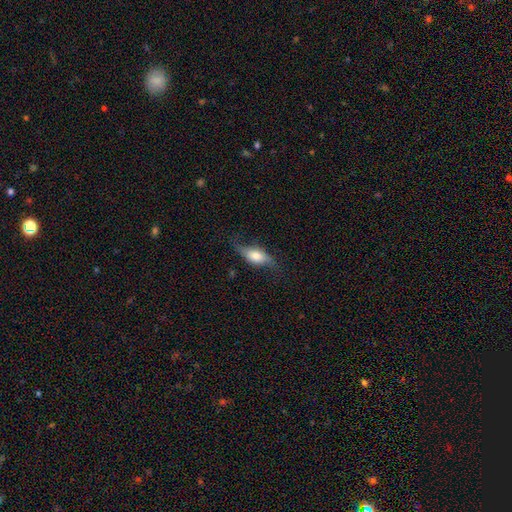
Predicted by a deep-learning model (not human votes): Overall: smooth (52%; featured or disk 41%). How rounded: in between (78%). Merging: none (59%; minor disturbance 27%).